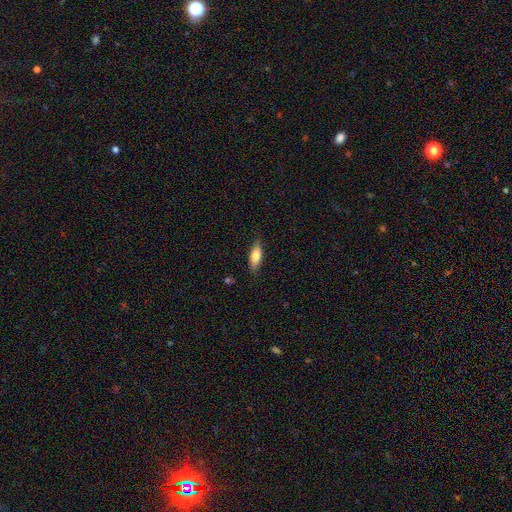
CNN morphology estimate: type=smooth (73%); roundness=in between (65%); merging=none (82%).